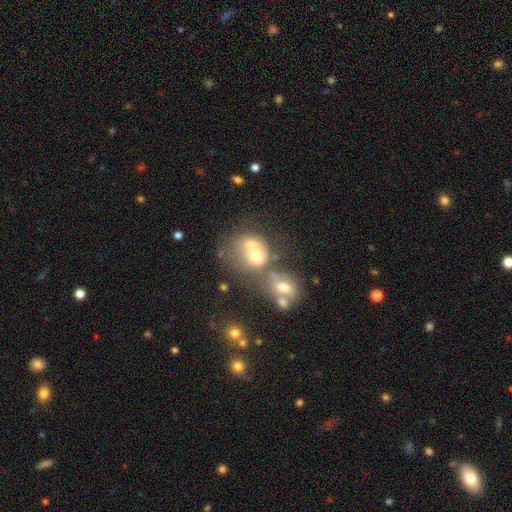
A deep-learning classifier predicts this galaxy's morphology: Smooth or featured? smooth (59%)
How rounded? round (66%)
Merging? merger (62%)